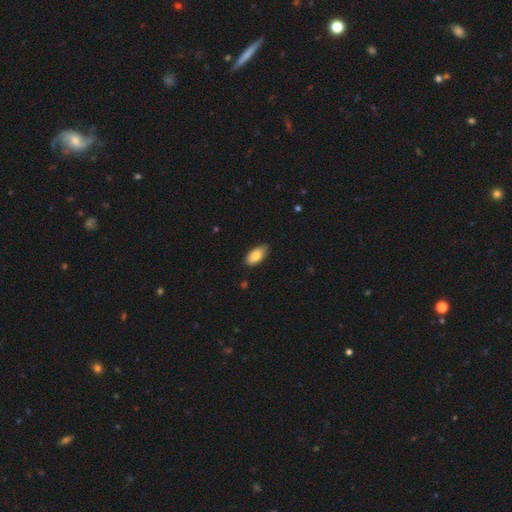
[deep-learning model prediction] Morphology: type=smooth (82%); roundness=in between (93%); merging=none (83%).